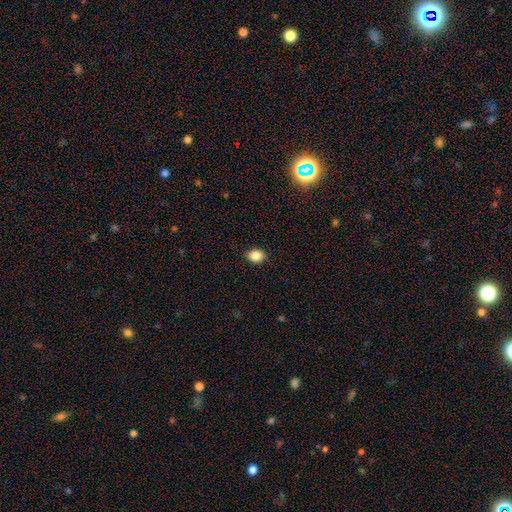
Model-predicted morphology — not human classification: smooth-or-featured: smooth: 87% | star or artifact: 9% | featured or disk: 4%
  how-rounded: in between: 59% | round: 40% | cigar-shaped: 1%
  merging: none: 89% | minor disturbance: 8% | major disturbance: 2% | merger: 1%